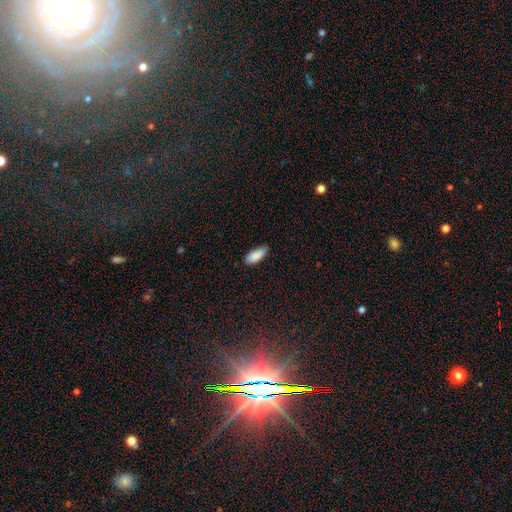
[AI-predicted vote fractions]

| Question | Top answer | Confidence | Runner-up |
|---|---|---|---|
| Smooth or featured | smooth | 89% | star or artifact (6%) |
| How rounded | in between | 78% | cigar-shaped (20%) |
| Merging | none | 78% | minor disturbance (19%) |